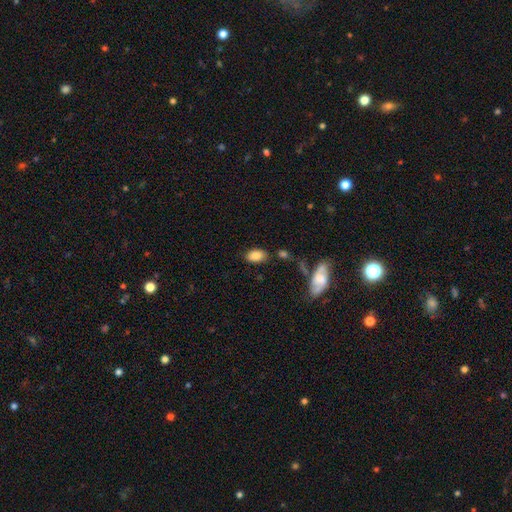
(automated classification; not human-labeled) Smooth or featured?
  - smooth: 84% *
  - featured or disk: 8%
  - star or artifact: 8%
How rounded?
  - in between: 91% *
  - round: 7%
  - cigar-shaped: 2%
Merging?
  - none: 80% *
  - minor disturbance: 12%
  - merger: 4%
  - major disturbance: 4%